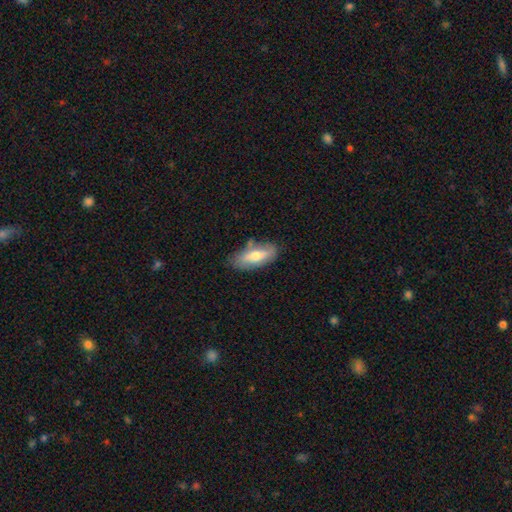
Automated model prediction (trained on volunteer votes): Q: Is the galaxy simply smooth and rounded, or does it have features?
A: smooth — 65%.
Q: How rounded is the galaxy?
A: in between — 74%.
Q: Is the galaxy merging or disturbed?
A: none — 74%.